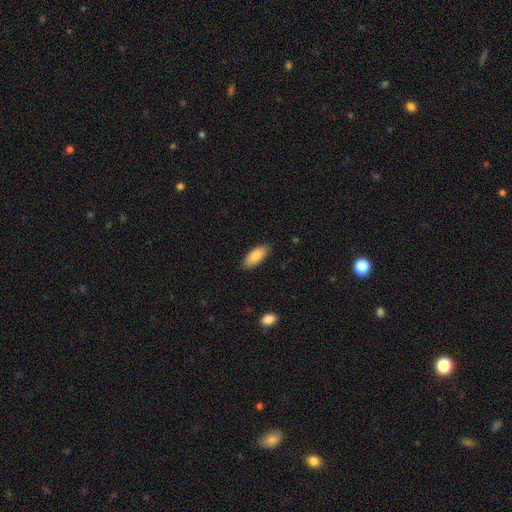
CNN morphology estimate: A smooth galaxy with no disk features (84%) that is in between round and cigar-shaped (84%).

Vote fractions:
- Smooth or featured? smooth: 84% / featured or disk: 10% / star or artifact: 6%
- How rounded? in between: 84% / cigar-shaped: 14% / round: 2%
- Merging? none: 87% / minor disturbance: 10% / major disturbance: 2% / merger: 1%